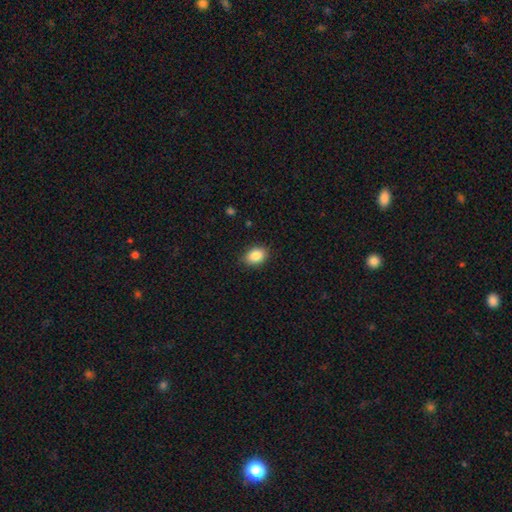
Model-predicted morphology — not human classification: Smooth or featured? Predicted: smooth (p=0.87). How rounded? Predicted: in between (p=0.79). Merging? Predicted: none (p=0.88).